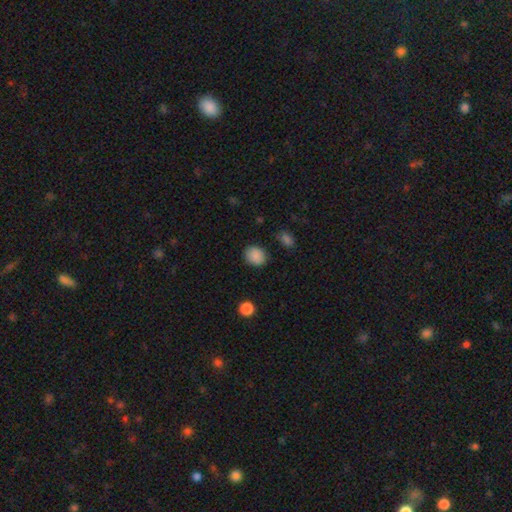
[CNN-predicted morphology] smooth-or-featured: smooth: 88% | star or artifact: 9% | featured or disk: 3%
  how-rounded: round: 57% | in between: 42% | cigar-shaped: 1%
  merging: none: 84% | minor disturbance: 11% | major disturbance: 3% | merger: 2%